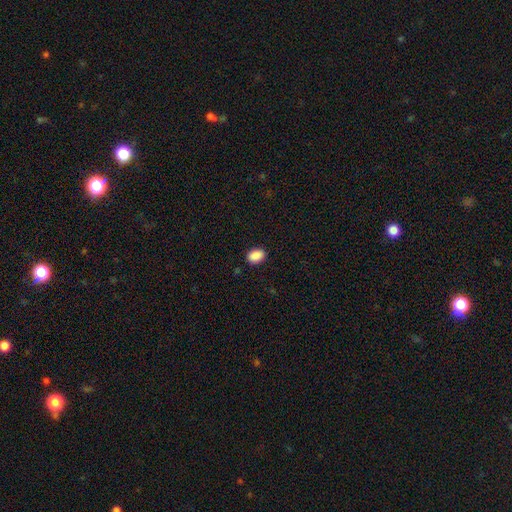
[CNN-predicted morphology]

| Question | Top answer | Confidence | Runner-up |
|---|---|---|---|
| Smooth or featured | smooth | 90% | star or artifact (8%) |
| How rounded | in between | 81% | round (18%) |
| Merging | none | 89% | minor disturbance (8%) |